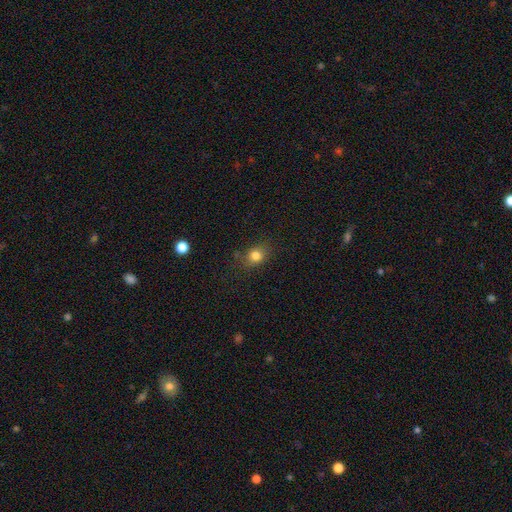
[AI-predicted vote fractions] Overall: smooth (81%). How rounded: round (57%; in between 41%). Merging: none (76%).